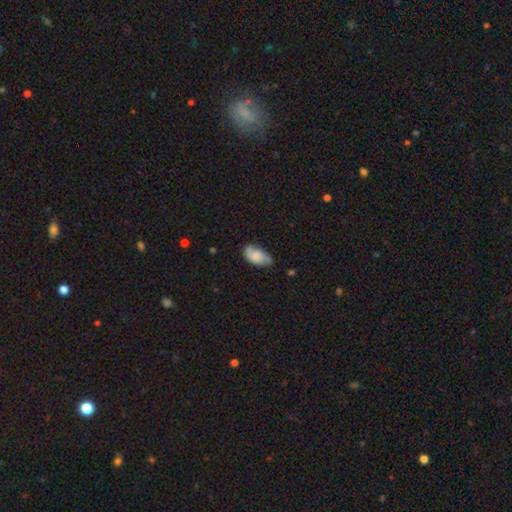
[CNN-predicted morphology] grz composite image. It shows a smooth galaxy with no disk features (57%) that is in between round and cigar-shaped (93%). Merging: none (58%).